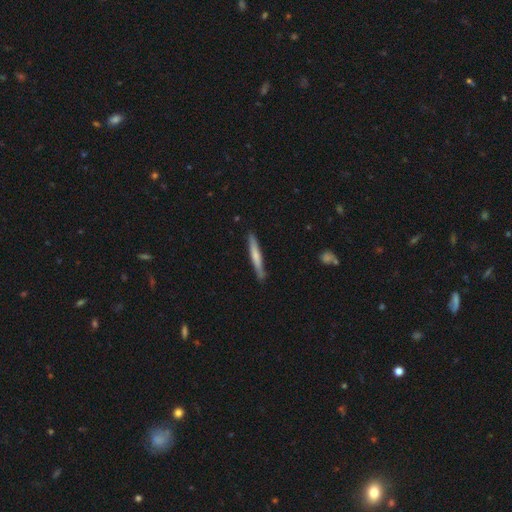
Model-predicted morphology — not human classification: A smooth galaxy with no disk features (60%) that is cigar-shaped (96%).

Vote fractions:
- Smooth or featured? smooth: 60% / featured or disk: 35% / star or artifact: 5%
- How rounded? cigar-shaped: 96% / in between: 3% / round: 1%
- Merging? none: 85% / minor disturbance: 11% / major disturbance: 2% / merger: 2%